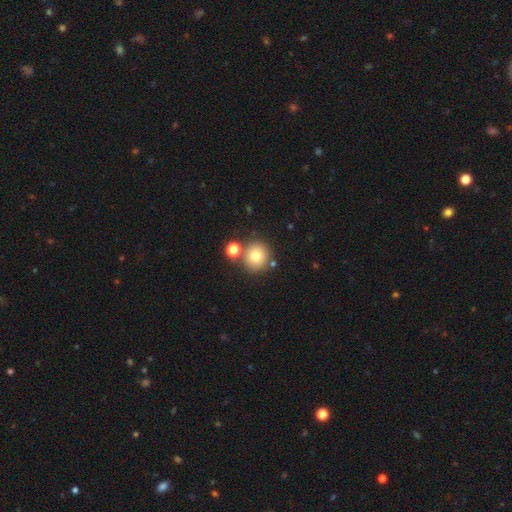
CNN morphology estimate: Q: Smooth or featured?
A: smooth (75%); runner-up: star or artifact (13%)
Q: How rounded?
A: round (92%); runner-up: in between (7%)
Q: Merging?
A: none (75%); runner-up: merger (14%)